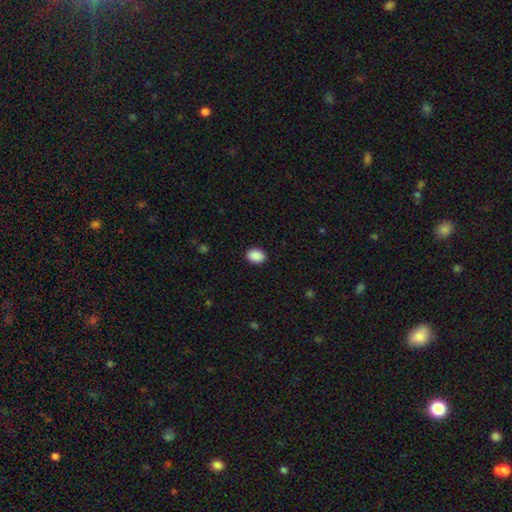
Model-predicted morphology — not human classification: This appears to be a smooth galaxy with no disk features (90%) that is in between round and cigar-shaped (71%). Merging: none (90%).